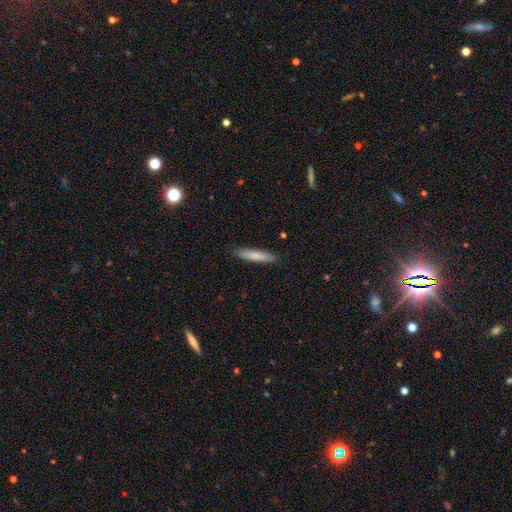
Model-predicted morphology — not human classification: smooth 78%, featured or disk 16%, star or artifact 6%. Down the decision tree: how rounded — cigar-shaped (82%); merging — none (88%).